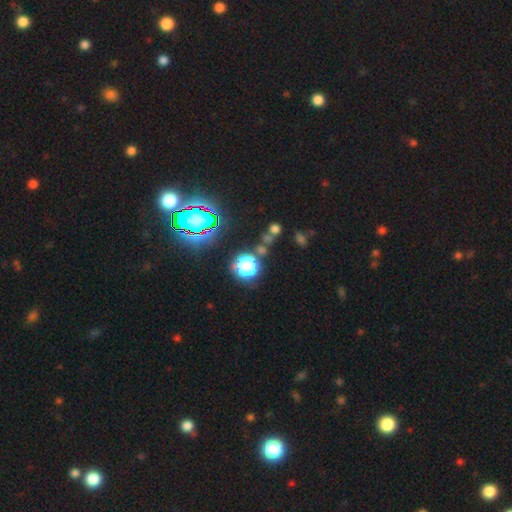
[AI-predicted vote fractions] Overall: star or artifact (79%).